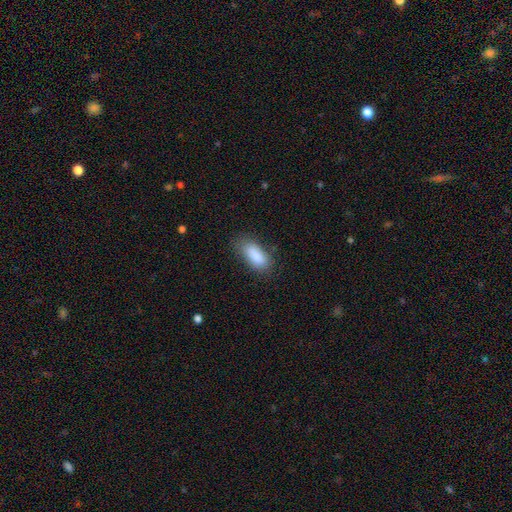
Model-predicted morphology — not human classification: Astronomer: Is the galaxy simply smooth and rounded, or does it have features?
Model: smooth — 86%.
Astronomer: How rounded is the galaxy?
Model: in between — 84%.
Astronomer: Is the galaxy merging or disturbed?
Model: none — 71%.